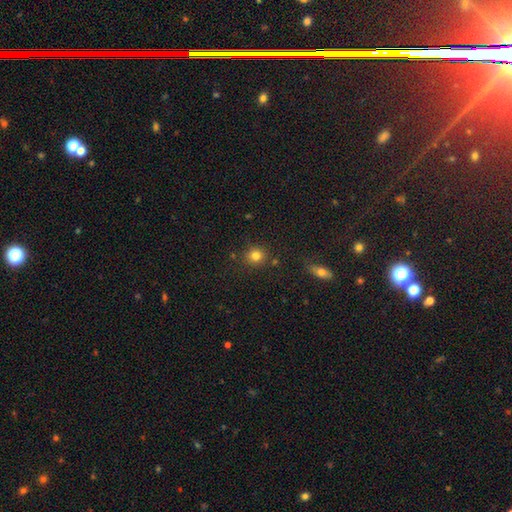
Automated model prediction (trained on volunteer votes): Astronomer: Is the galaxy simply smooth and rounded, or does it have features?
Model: smooth — 81%.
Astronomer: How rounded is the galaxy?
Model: round — 85%.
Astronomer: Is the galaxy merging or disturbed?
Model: none — 83%.